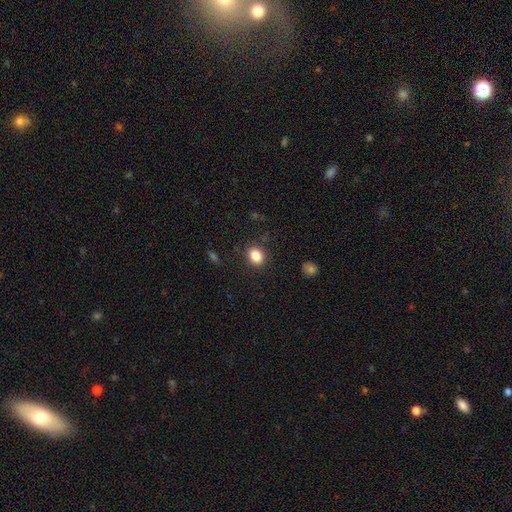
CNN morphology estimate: A smooth galaxy with no disk features (85%) that is round (61%).

Vote fractions:
- Smooth or featured? smooth: 85% / star or artifact: 10% / featured or disk: 5%
- How rounded? round: 61% / in between: 38% / cigar-shaped: 1%
- Merging? none: 87% / minor disturbance: 9% / major disturbance: 3% / merger: 1%